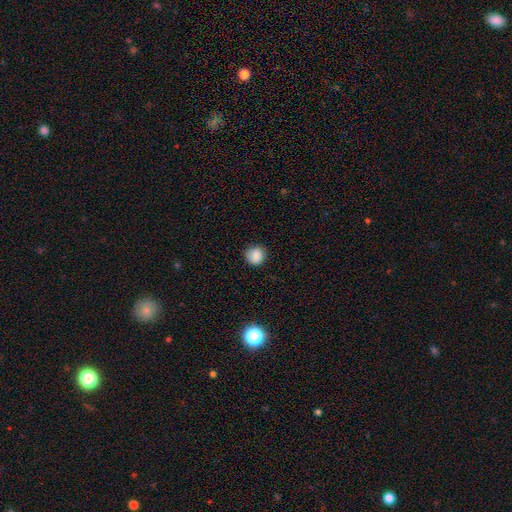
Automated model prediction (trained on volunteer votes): A smooth galaxy with no disk features (86%) that is round (87%). Merging: none (83%).